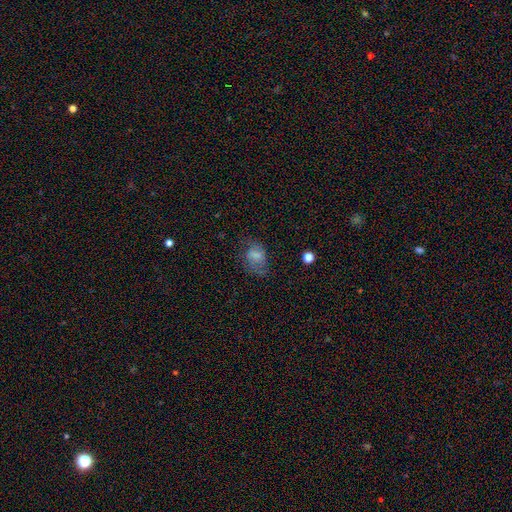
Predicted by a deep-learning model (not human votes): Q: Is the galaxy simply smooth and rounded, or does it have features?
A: smooth — 57%.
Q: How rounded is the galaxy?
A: in between — 74%.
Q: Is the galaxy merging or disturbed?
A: none — 49%.